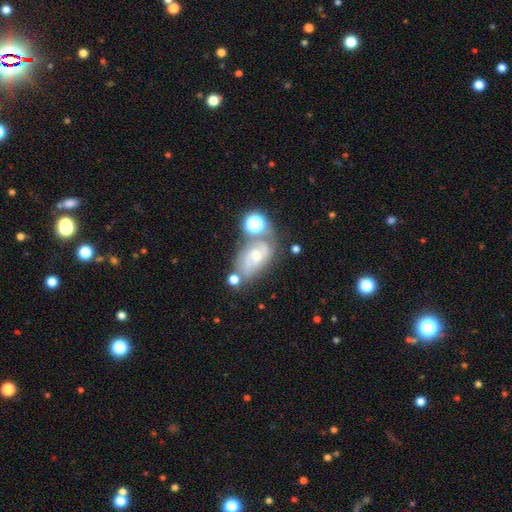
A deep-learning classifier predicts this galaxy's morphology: Q: Smooth or featured?
A: featured or disk (64%); runner-up: smooth (20%)
Q: Edge-on disk?
A: no (95%); runner-up: yes (5%)
Q: Bar?
A: no (60%); runner-up: weak (31%)
Q: Spiral arms?
A: yes (86%); runner-up: no (14%)
Q: Spiral winding?
A: tight (47%); runner-up: medium (39%)
Q: Spiral arm count?
A: 2 (54%); runner-up: can't tell (28%)
Q: Bulge size?
A: small (55%); runner-up: moderate (39%)
Q: Merging?
A: none (53%); runner-up: minor disturbance (19%)